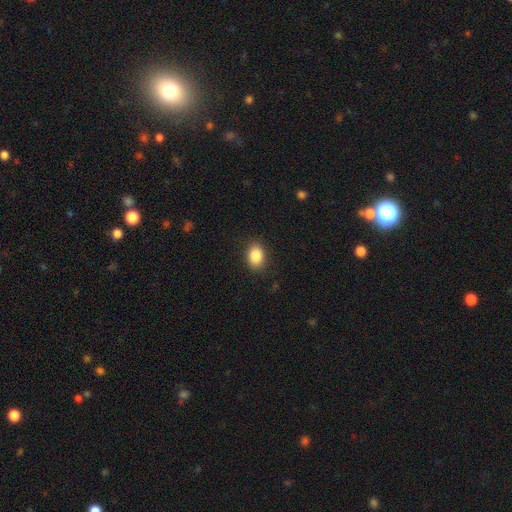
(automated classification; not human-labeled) This appears to be a smooth galaxy with no disk features (87%) that is in between round and cigar-shaped (77%). Merging: none (87%).